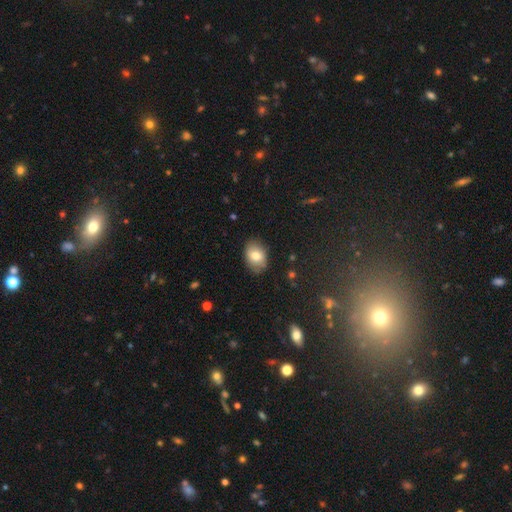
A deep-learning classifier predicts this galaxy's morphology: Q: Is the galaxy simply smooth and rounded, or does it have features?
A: smooth — 77%.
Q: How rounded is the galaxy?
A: in between — 78%.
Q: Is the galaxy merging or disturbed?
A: none — 82%.